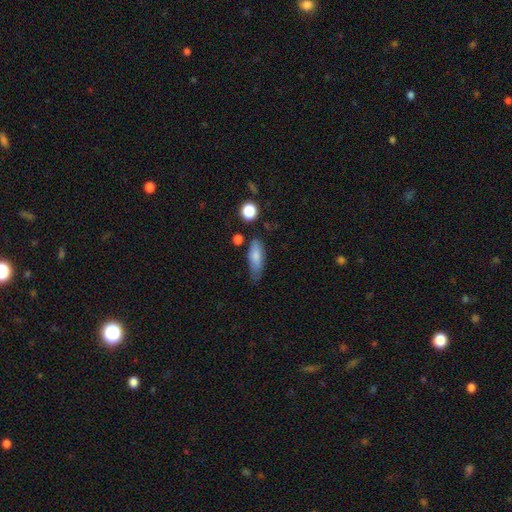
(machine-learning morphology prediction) smooth-or-featured: smooth: 78% | featured or disk: 14% | star or artifact: 7%
  how-rounded: in between: 61% | cigar-shaped: 36% | round: 3%
  merging: none: 59% | minor disturbance: 29% | major disturbance: 8% | merger: 5%